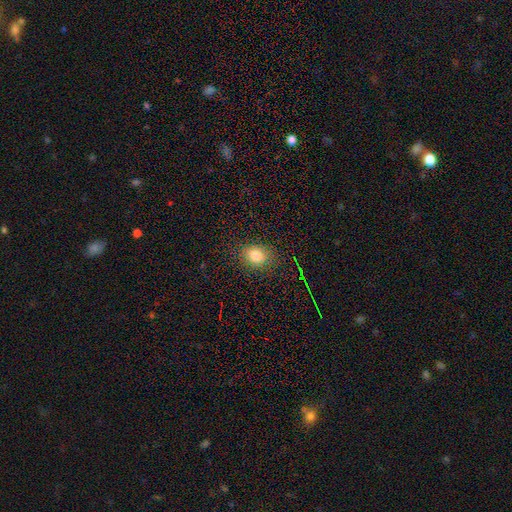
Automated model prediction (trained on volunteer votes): Morphology: type=smooth (80%); roundness=round (53%); merging=none (84%).